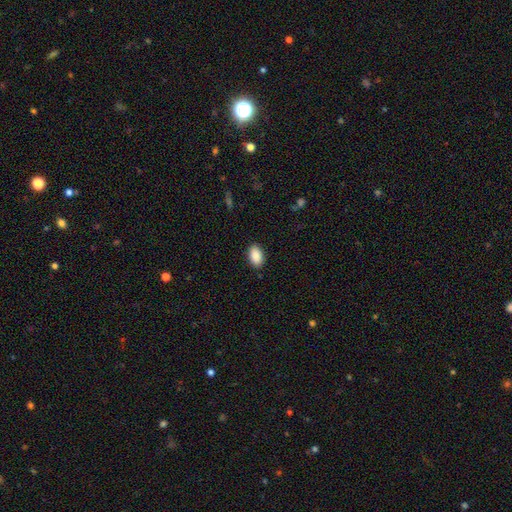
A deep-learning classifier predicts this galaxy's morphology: Smooth or featured: smooth — 89% (star or artifact — 7%)
How rounded: in between — 94% (round — 5%)
Merging: none — 89% (minor disturbance — 8%)